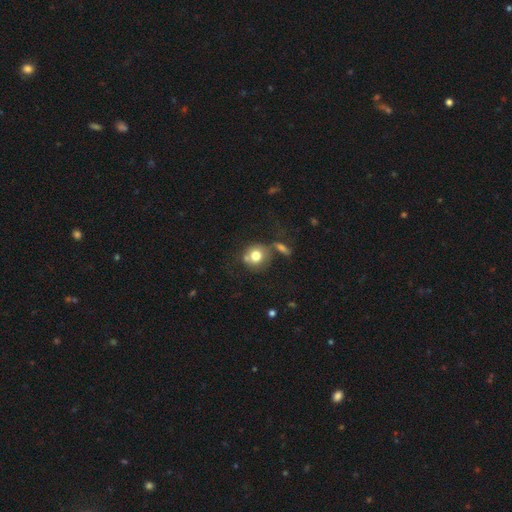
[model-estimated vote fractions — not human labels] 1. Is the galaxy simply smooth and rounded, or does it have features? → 75% smooth, 15% featured or disk, 10% star or artifact.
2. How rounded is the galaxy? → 83% round, 16% in between, 1% cigar-shaped.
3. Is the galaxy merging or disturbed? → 52% none, 24% merger, 15% minor disturbance, 8% major disturbance.